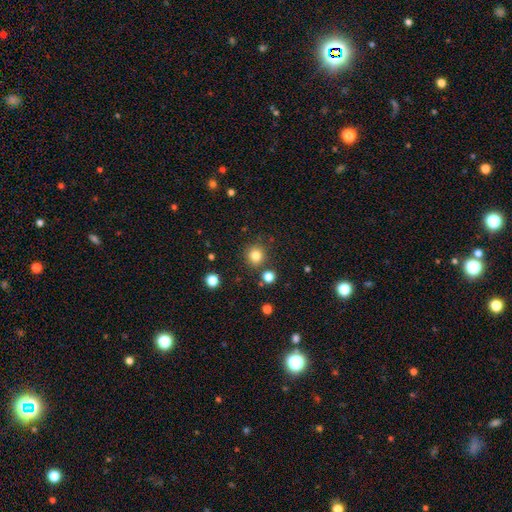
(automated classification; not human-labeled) Q: Smooth or featured?
A: smooth (81%); runner-up: star or artifact (14%)
Q: How rounded?
A: round (92%); runner-up: in between (7%)
Q: Merging?
A: none (85%); runner-up: minor disturbance (7%)